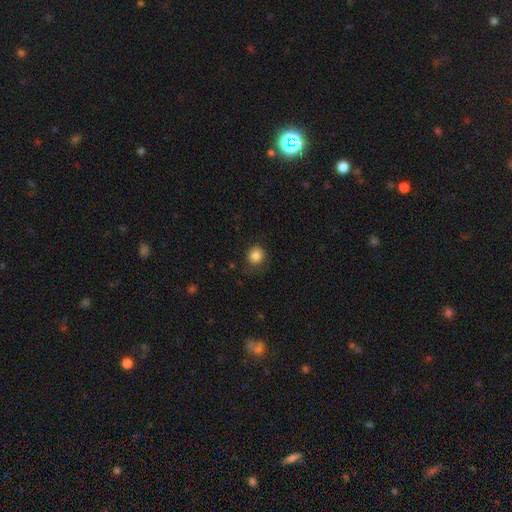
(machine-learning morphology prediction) Q: Smooth or featured?
A: smooth (85%); runner-up: star or artifact (11%)
Q: How rounded?
A: round (82%); runner-up: in between (17%)
Q: Merging?
A: none (78%); runner-up: minor disturbance (16%)